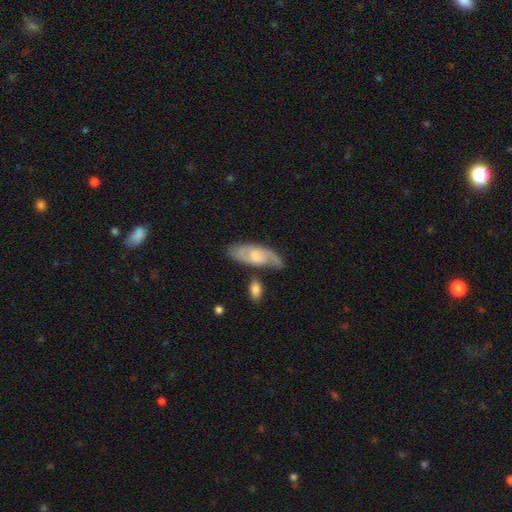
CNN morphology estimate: type=featured or disk (67%); edge-on=no (89%); bar=no (46%); spiral arms=yes (89%); winding=medium (49%); arm count=2 (77%); bulge=moderate (42%); merging=none (68%).